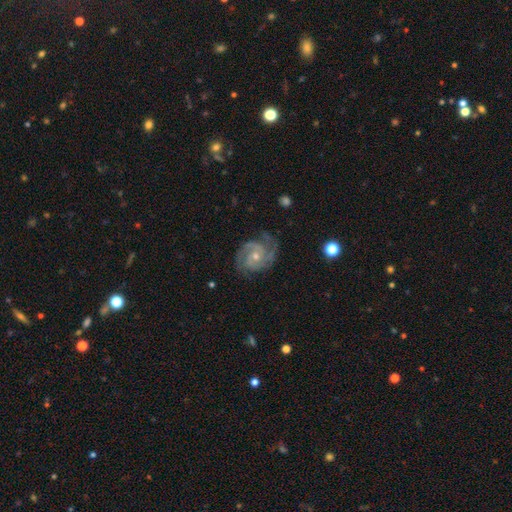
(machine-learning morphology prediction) A featured or disk galaxy (90%) with no bar (69%), 3 (44%) tight (54%) spiral arms (98%) and a small central bulge (56%).

Vote fractions:
- Smooth or featured? featured or disk: 90% / smooth: 5% / star or artifact: 5%
- Edge-on disk? no: 98% / yes: 2%
- Bar? no: 69% / weak: 26% / strong: 5%
- Spiral arms? yes: 98% / no: 2%
- Spiral winding? tight: 54% / medium: 40% / loose: 6%
- Spiral arm count? 3: 44% / 2: 29% / can't tell: 9% / 4: 8% / 1: 5% / more than 4: 5%
- Bulge size? small: 56% / moderate: 40% / none: 1% / large: 1% / dominant: 1%
- Merging? none: 74% / minor disturbance: 18% / major disturbance: 7% / merger: 1%